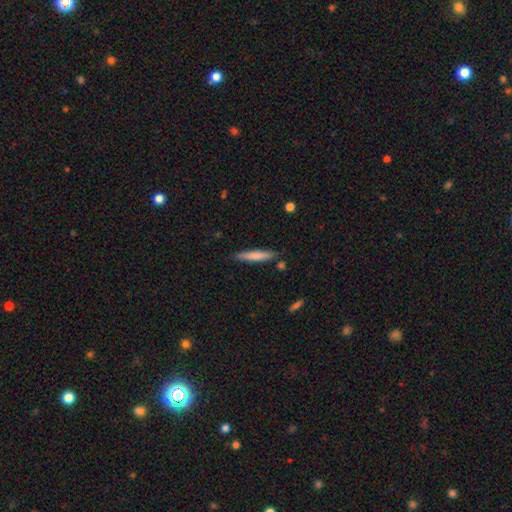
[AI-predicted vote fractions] Smooth or featured? smooth (74%)
How rounded? cigar-shaped (90%)
Merging? none (83%)